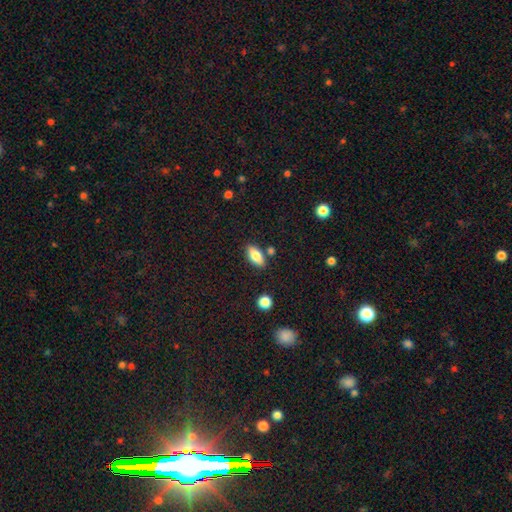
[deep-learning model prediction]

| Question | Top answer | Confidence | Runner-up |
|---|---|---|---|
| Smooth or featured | smooth | 81% | featured or disk (12%) |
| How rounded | in between | 85% | cigar-shaped (11%) |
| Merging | none | 81% | minor disturbance (11%) |